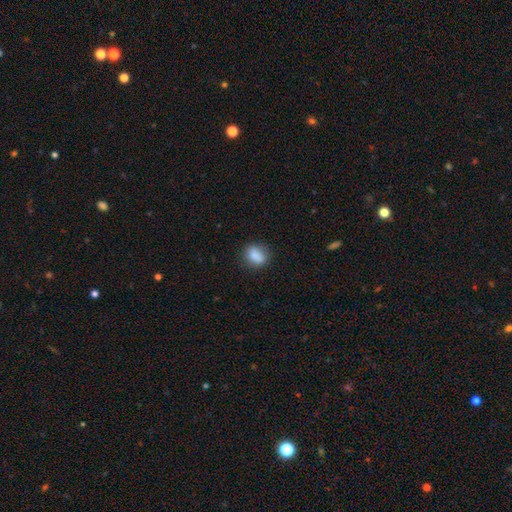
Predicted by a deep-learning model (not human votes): Q: Smooth or featured?
A: smooth (85%); runner-up: star or artifact (9%)
Q: How rounded?
A: in between (57%); runner-up: round (40%)
Q: Merging?
A: none (77%); runner-up: minor disturbance (16%)